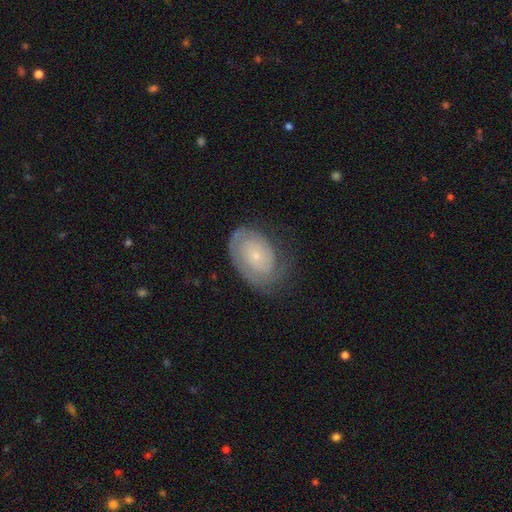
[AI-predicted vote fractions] smooth_or_featured: featured or disk (p=0.72) [alt: smooth p=0.21]
disk_edge_on: no (p=0.96) [alt: yes p=0.04]
bar: no (p=0.80) [alt: weak p=0.16]
has_spiral_arms: yes (p=0.87) [alt: no p=0.13]
spiral_winding: tight (p=0.71) [alt: medium p=0.21]
spiral_arm_count: can't tell (p=0.36) [tied with: 2 p=0.36]
bulge_size: small (p=0.80) [alt: moderate p=0.15]
merging: none (p=0.67) [alt: minor disturbance p=0.20]